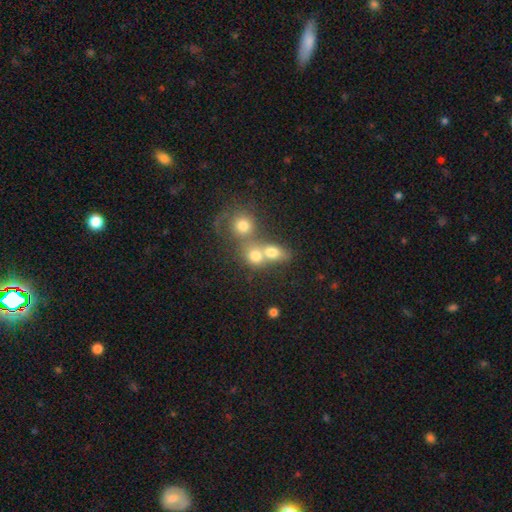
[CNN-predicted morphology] Overall: smooth (71%). How rounded: round (68%; in between 30%). Merging: merger (55%; none 31%).